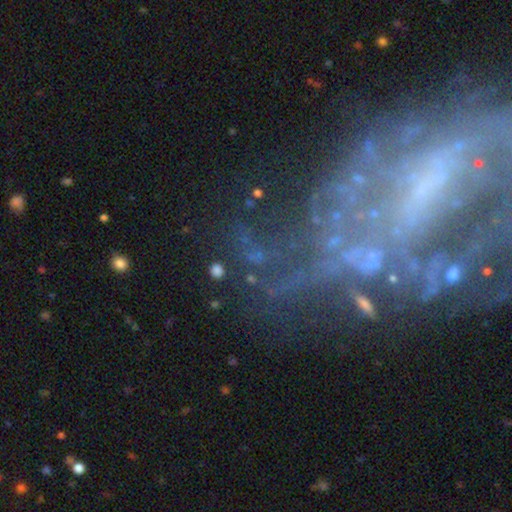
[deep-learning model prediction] Smooth or featured?
  - featured or disk: 50% *
  - star or artifact: 31%
  - smooth: 19%
Edge-on disk?
  - no: 94% *
  - yes: 6%
Merging?
  - none: 57% *
  - major disturbance: 18%
  - minor disturbance: 16%
  - merger: 9%